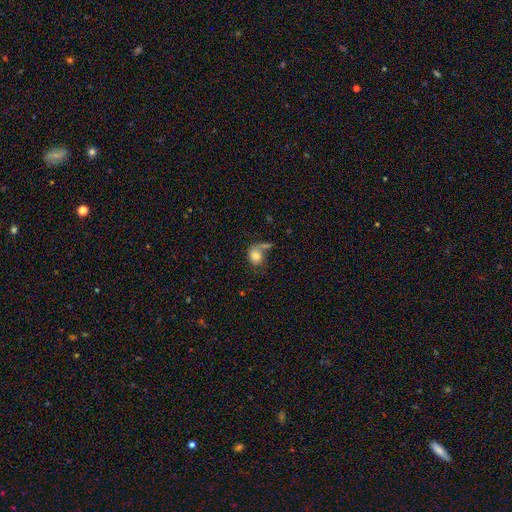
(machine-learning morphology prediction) smooth 69%, featured or disk 22%, star or artifact 9%. Down the decision tree: how rounded — round (53%); merging — none (32%).